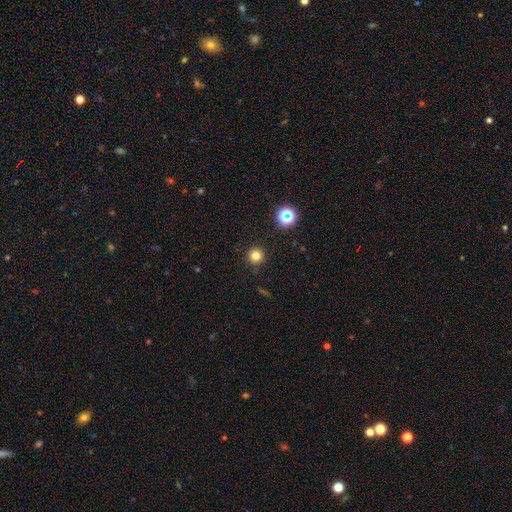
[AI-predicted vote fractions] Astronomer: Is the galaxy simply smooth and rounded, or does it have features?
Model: smooth — 76%.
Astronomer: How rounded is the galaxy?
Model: round — 95%.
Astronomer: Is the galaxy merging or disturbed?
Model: none — 89%.